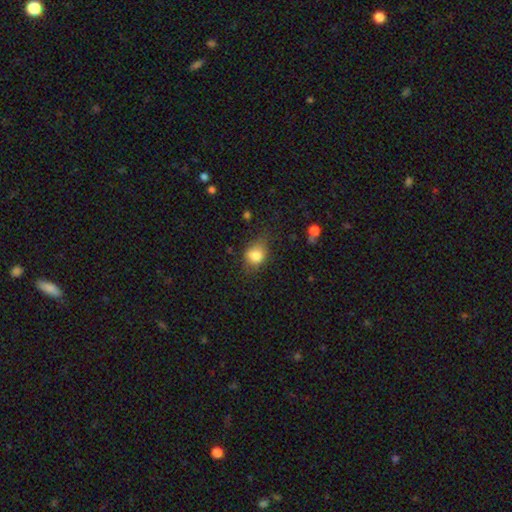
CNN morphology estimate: type=smooth (79%); roundness=round (51%); merging=none (51%).